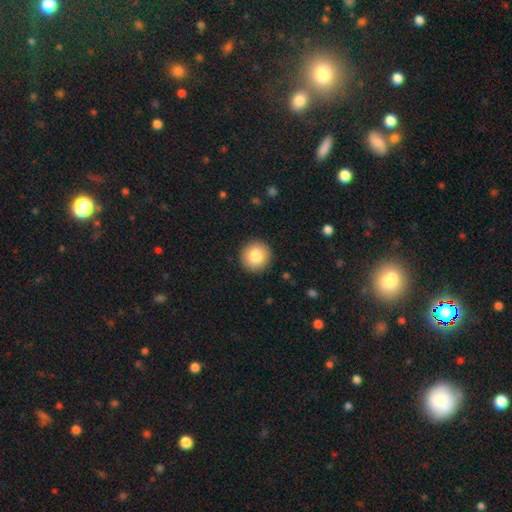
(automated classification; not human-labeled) Smooth or featured: smooth — 83% (star or artifact — 9%)
How rounded: round — 94% (in between — 5%)
Merging: none — 92% (minor disturbance — 5%)